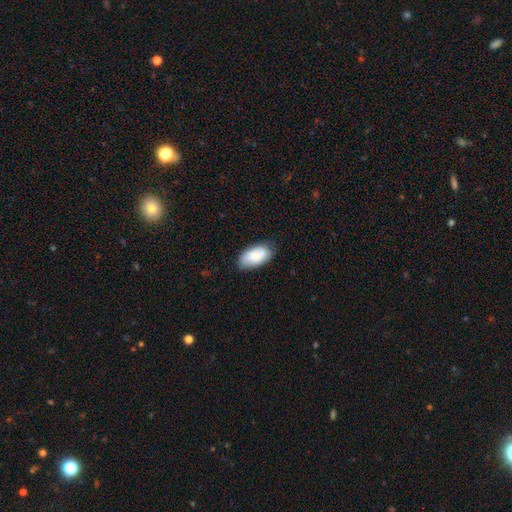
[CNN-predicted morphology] This appears to be a smooth galaxy with no disk features (77%) that is in between round and cigar-shaped (94%). Merging: none (75%).